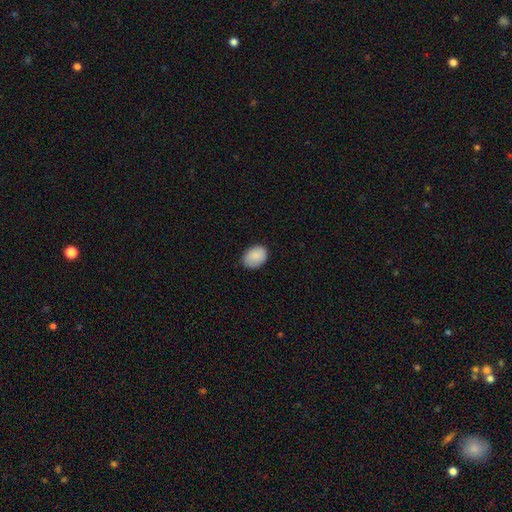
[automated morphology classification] smooth-or-featured: smooth: 88% | star or artifact: 7% | featured or disk: 4%
  how-rounded: in between: 71% | round: 28% | cigar-shaped: 1%
  merging: none: 81% | minor disturbance: 16% | major disturbance: 3% | merger: 1%